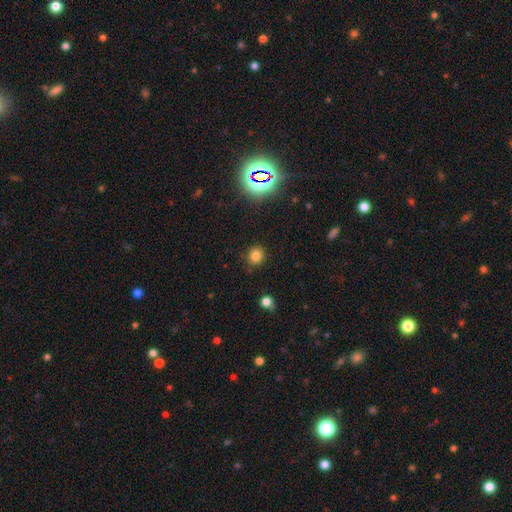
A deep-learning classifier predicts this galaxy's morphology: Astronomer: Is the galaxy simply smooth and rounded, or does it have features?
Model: smooth — 78%.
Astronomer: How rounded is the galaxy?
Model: round — 83%.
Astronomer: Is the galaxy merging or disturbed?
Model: none — 87%.